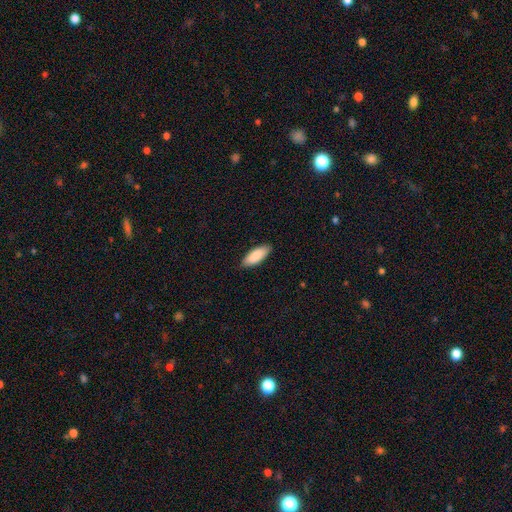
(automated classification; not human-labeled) smooth-or-featured: smooth: 89% | featured or disk: 6% | star or artifact: 5%
  how-rounded: in between: 78% | cigar-shaped: 21% | round: 2%
  merging: none: 87% | minor disturbance: 10% | major disturbance: 2% | merger: 1%